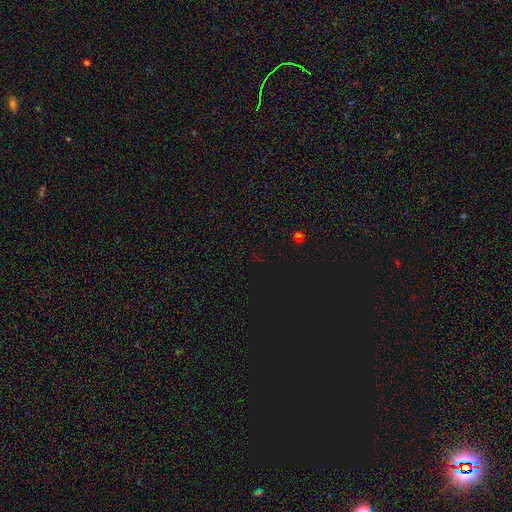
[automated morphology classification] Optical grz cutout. It shows a star or artifact, not a galaxy (76%).